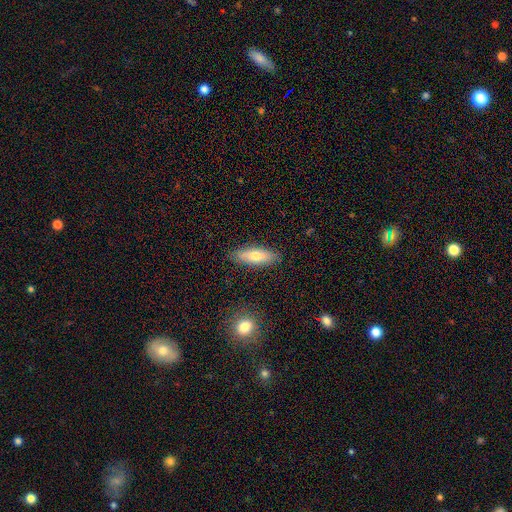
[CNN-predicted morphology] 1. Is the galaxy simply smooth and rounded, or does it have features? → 70% smooth, 23% featured or disk, 6% star or artifact.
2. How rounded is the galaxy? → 56% in between, 41% cigar-shaped, 2% round.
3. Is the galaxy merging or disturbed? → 86% none, 10% minor disturbance, 2% major disturbance, 2% merger.